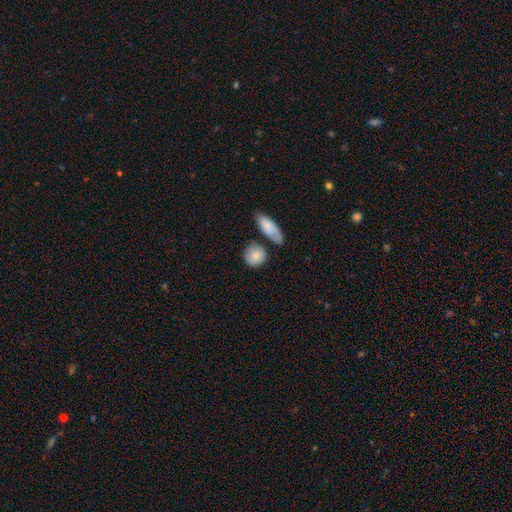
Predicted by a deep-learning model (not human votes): Smooth or featured? Predicted: smooth (p=0.83). How rounded? Predicted: round (p=0.79). Merging? Predicted: none (p=0.70).